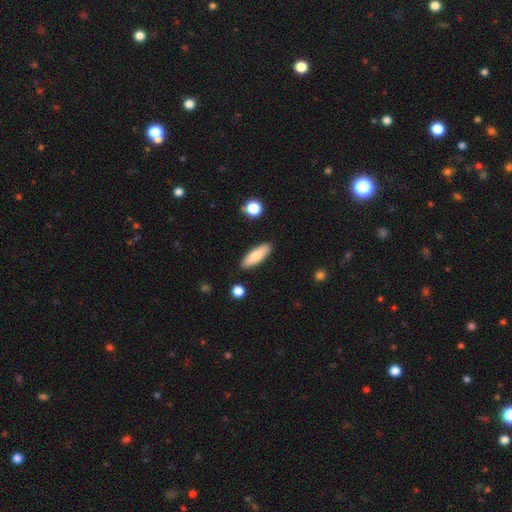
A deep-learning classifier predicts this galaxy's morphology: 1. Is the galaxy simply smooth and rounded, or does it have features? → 79% smooth, 15% featured or disk, 6% star or artifact.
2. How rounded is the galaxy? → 52% in between, 46% cigar-shaped, 2% round.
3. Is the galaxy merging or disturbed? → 88% none, 8% minor disturbance, 2% merger, 2% major disturbance.